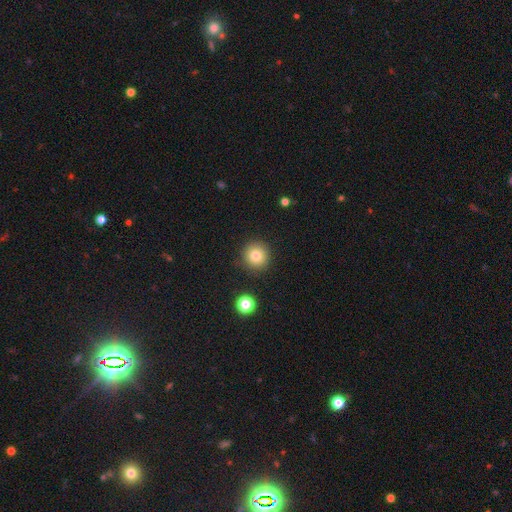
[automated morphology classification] This is likely a smooth galaxy (79%). How rounded: clearly round (94%). Merging: clearly none (87%).